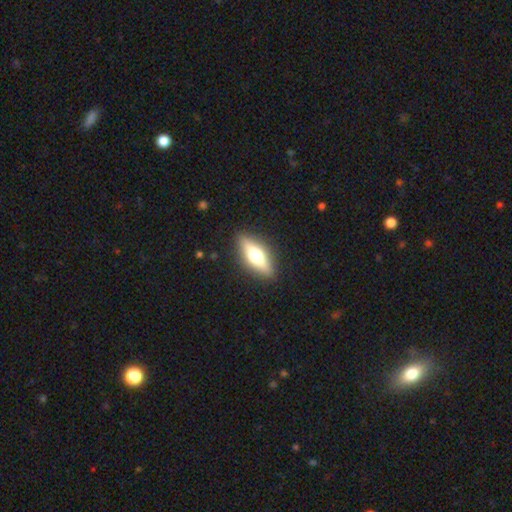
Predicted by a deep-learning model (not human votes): This appears to be a smooth galaxy with no disk features (47%, tied with featured or disk). Merging: none (89%).